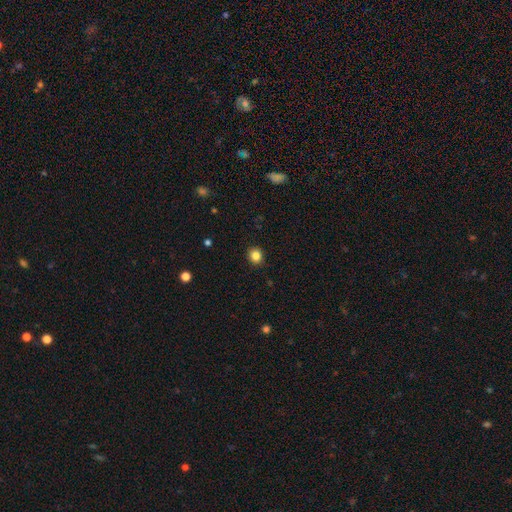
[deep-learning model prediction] Morphology: type=smooth (84%); roundness=round (82%); merging=none (91%).